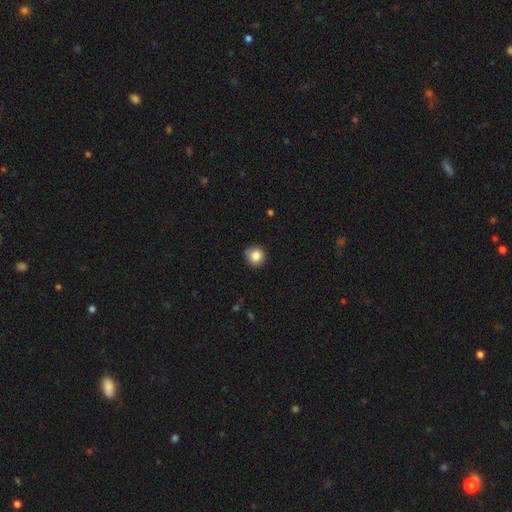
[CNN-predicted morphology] Smooth or featured? Predicted: smooth (p=0.83). How rounded? Predicted: round (p=0.91). Merging? Predicted: none (p=0.82).